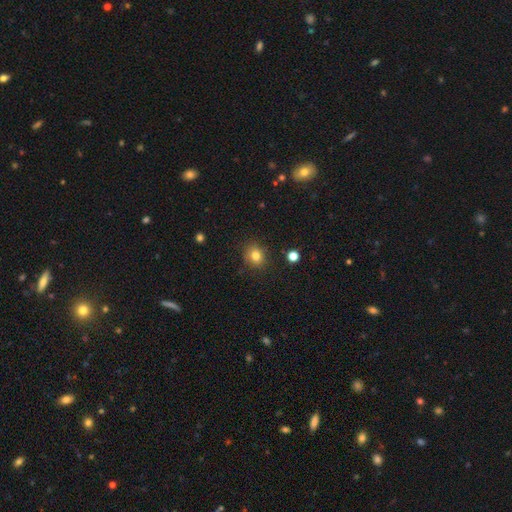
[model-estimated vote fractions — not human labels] This appears to be a smooth galaxy with no disk features (80%) that is round (74%). Merging: none (85%).